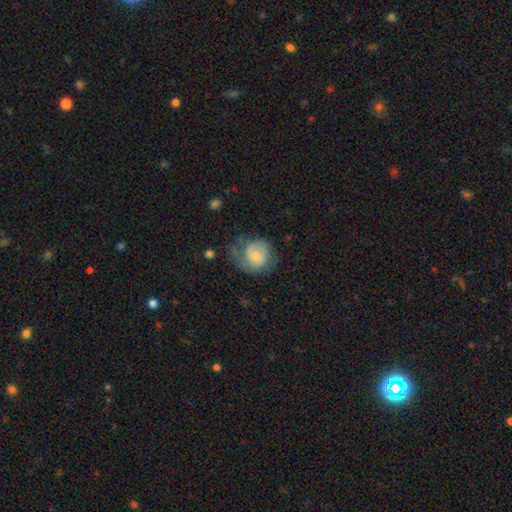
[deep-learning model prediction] featured or disk 54%, smooth 39%, star or artifact 7%. Down the decision tree: edge-on disk — no (98%); bar — no (71%); spiral arms — yes (82%); bulge size — small (55%); merging — none (42%).